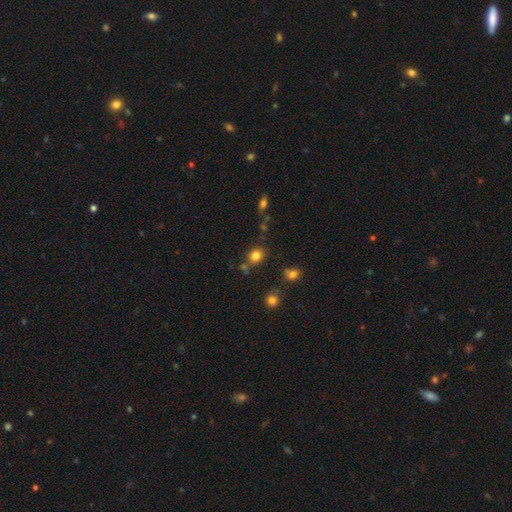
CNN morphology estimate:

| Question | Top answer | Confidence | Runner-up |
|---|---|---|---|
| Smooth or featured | smooth | 81% | star or artifact (13%) |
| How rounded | round | 69% | in between (30%) |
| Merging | none | 77% | minor disturbance (11%) |